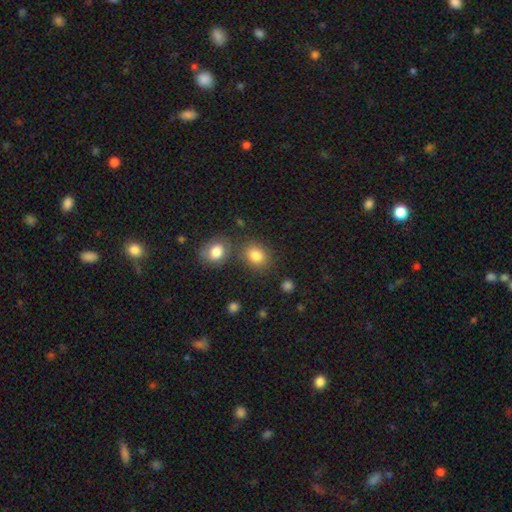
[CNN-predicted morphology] smooth 83%, star or artifact 11%, featured or disk 7%. Down the decision tree: how rounded — round (52%); merging — none (70%).